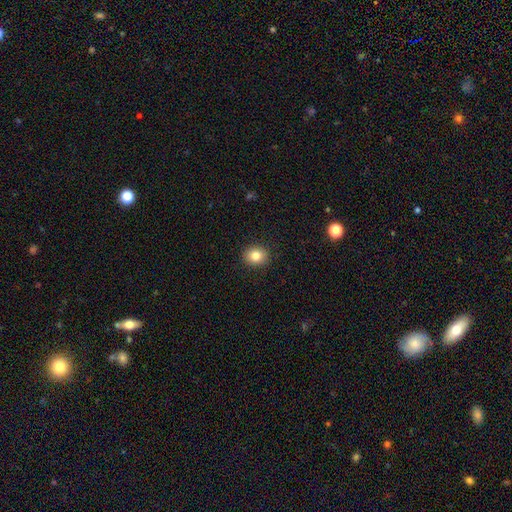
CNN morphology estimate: smooth-or-featured: smooth: 82% | star or artifact: 10% | featured or disk: 8%
  how-rounded: round: 66% | in between: 33% | cigar-shaped: 1%
  merging: none: 91% | minor disturbance: 6% | major disturbance: 2% | merger: 1%